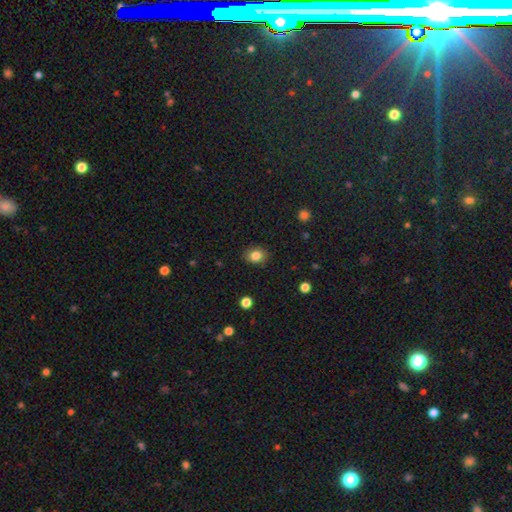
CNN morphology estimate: A smooth galaxy with no disk features (83%) that is in between round and cigar-shaped (54%). Merging: none (87%).